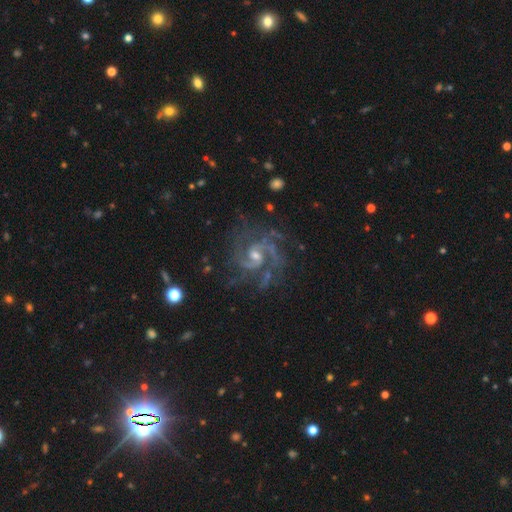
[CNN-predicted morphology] A featured or disk galaxy (91%) with a weak bar (50%), 2 (53%) medium (56%) spiral arms (98%) and a small central bulge (49%).

Vote fractions:
- Smooth or featured? featured or disk: 91% / star or artifact: 6% / smooth: 3%
- Edge-on disk? no: 98% / yes: 2%
- Bar? weak: 50% / no: 37% / strong: 13%
- Spiral arms? yes: 98% / no: 2%
- Spiral winding? medium: 56% / tight: 32% / loose: 12%
- Spiral arm count? 2: 53% / 3: 21% / can't tell: 10% / 4: 6% / 1: 5% / more than 4: 5%
- Bulge size? small: 49% / moderate: 45% / none: 4% / large: 2% / dominant: 1%
- Merging? none: 70% / minor disturbance: 17% / major disturbance: 11% / merger: 2%